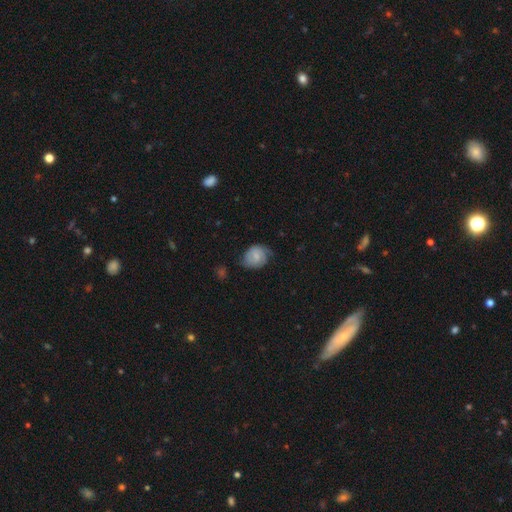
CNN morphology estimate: This appears to be a smooth galaxy with no disk features (53%) that is round (52%). Merging: none (54%).